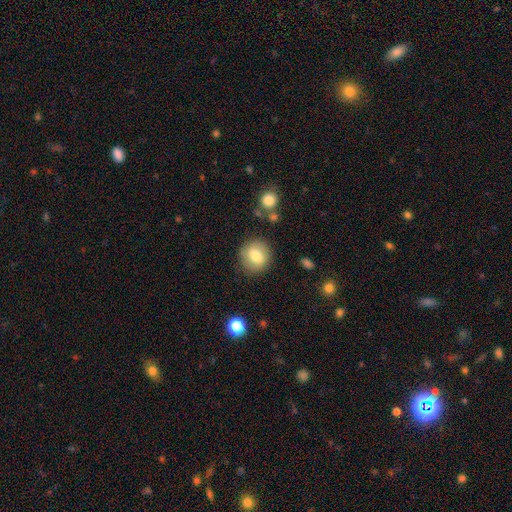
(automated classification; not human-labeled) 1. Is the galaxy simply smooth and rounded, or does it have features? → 76% smooth, 15% featured or disk, 9% star or artifact.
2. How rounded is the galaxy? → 86% round, 13% in between, 1% cigar-shaped.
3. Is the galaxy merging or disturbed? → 84% none, 10% minor disturbance, 3% major disturbance, 2% merger.